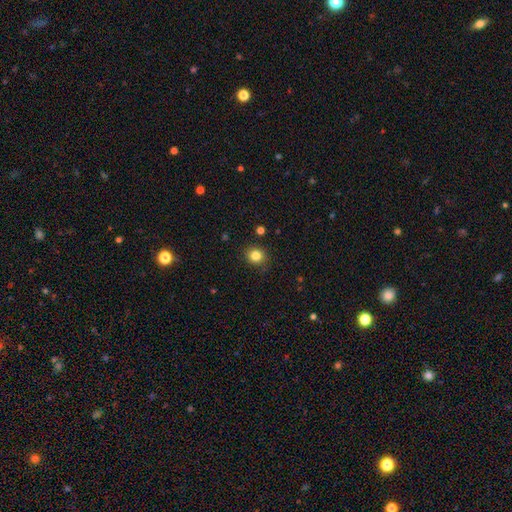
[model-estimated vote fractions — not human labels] This is clearly a smooth galaxy (83%). How rounded: clearly round (86%). Merging: clearly none (88%).